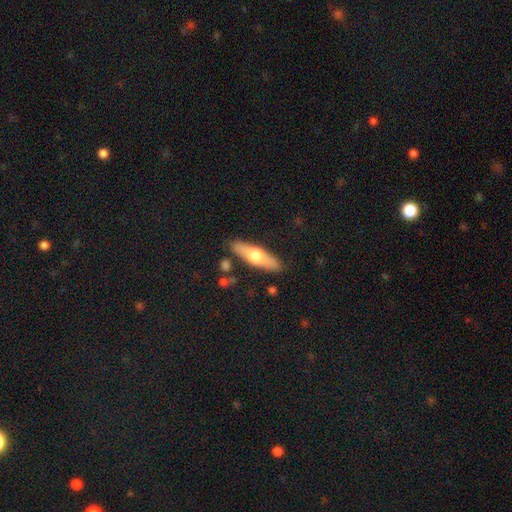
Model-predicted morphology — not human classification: smooth-or-featured: smooth: 48% | featured or disk: 47% | star or artifact: 6%
  merging: none: 86% | minor disturbance: 9% | merger: 2% | major disturbance: 2%